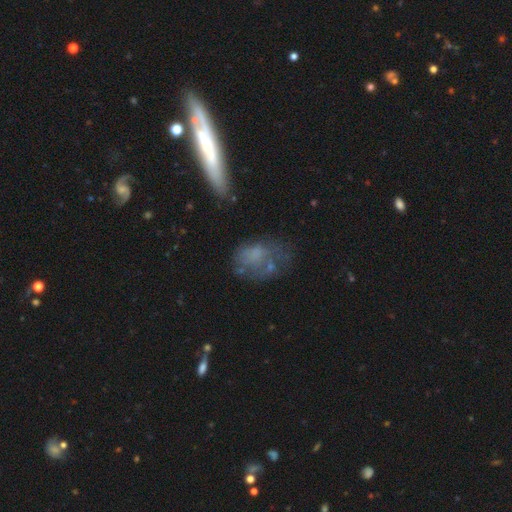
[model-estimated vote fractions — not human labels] A smooth galaxy with no disk features (50%) that is in between round and cigar-shaped (76%).

Vote fractions:
- Smooth or featured? smooth: 50% / featured or disk: 36% / star or artifact: 13%
- How rounded? in between: 76% / round: 20% / cigar-shaped: 3%
- Merging? none: 39% / major disturbance: 27% / minor disturbance: 23% / merger: 11%